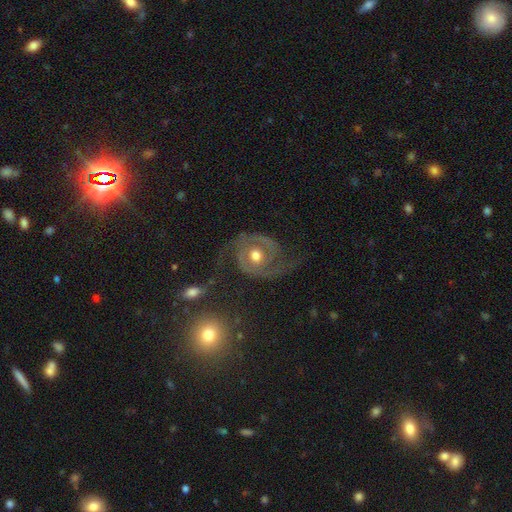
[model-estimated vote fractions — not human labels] Smooth or featured: featured or disk — 86% (smooth — 8%)
Edge-on disk: no — 97% (yes — 3%)
Bar: no — 69% (weak — 24%)
Spiral arms: yes — 94% (no — 6%)
Spiral winding: medium — 47% (tight — 29%)
Spiral arm count: 2 — 88% (can't tell — 4%)
Bulge size: moderate — 78% (large — 10%)
Merging: none — 63% (minor disturbance — 17%)